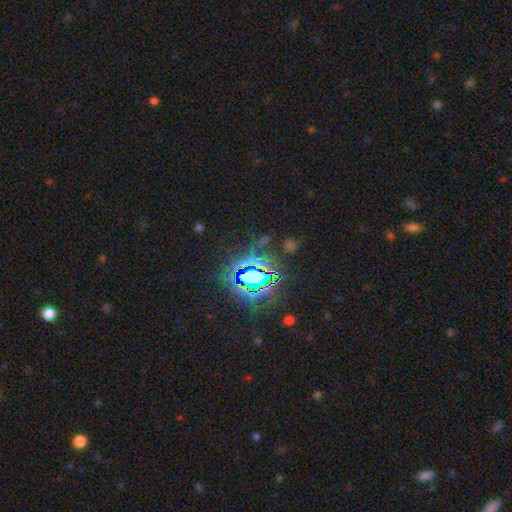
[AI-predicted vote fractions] smooth_or_featured: star or artifact (p=0.82) [alt: smooth p=0.11]